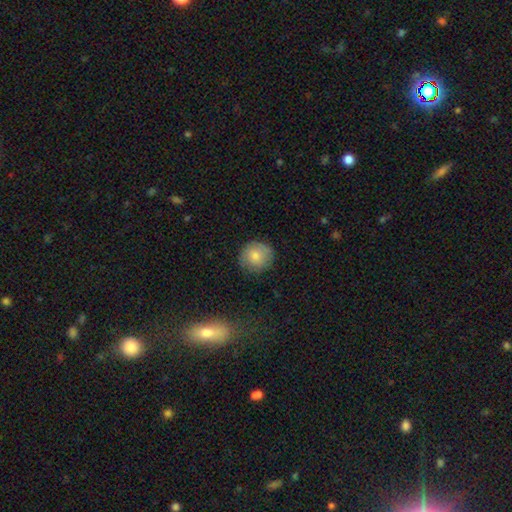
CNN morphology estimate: A smooth galaxy with no disk features (80%) that is round (91%).

Vote fractions:
- Smooth or featured? smooth: 80% / featured or disk: 12% / star or artifact: 8%
- How rounded? round: 91% / in between: 8% / cigar-shaped: 1%
- Merging? none: 83% / minor disturbance: 13% / major disturbance: 3% / merger: 1%